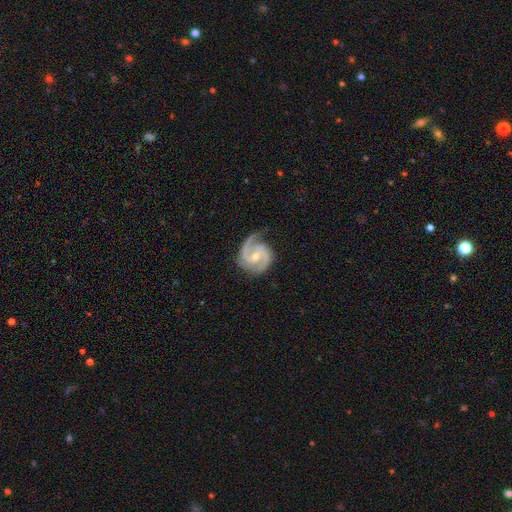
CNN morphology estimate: This is clearly a featured or disk galaxy (92%). It is clearly not viewed edge-on (98%). Bar: possibly no (45%). Spiral arm pattern: clearly yes (98%). Spiral arm count: clearly 2 (80%). Spiral winding: possibly medium (50%). Central bulge: possibly small (50%). Merging: likely none (69%).